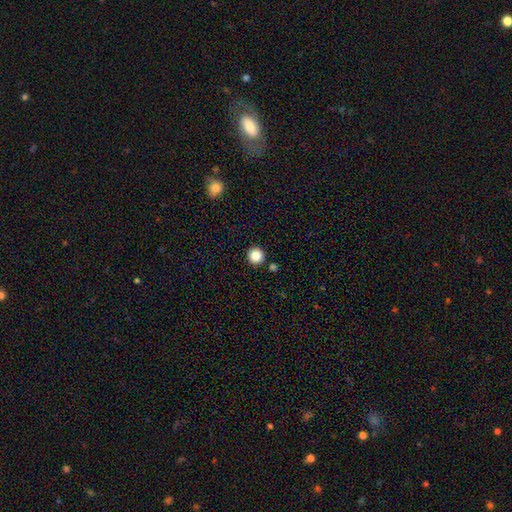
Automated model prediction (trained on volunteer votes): Smooth or featured?
  - smooth: 86% *
  - star or artifact: 10%
  - featured or disk: 4%
How rounded?
  - round: 95% *
  - in between: 4%
  - cigar-shaped: 1%
Merging?
  - none: 91% *
  - minor disturbance: 5%
  - merger: 3%
  - major disturbance: 2%